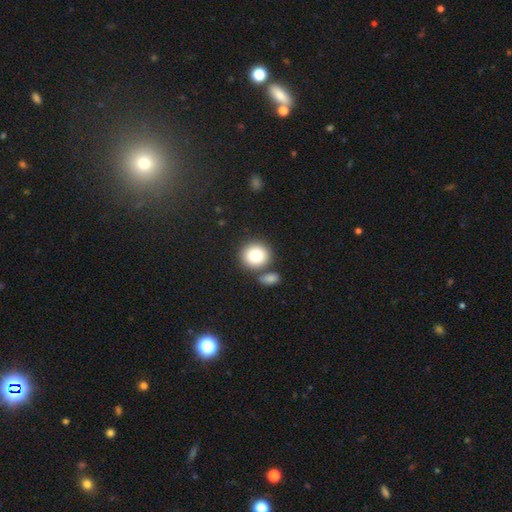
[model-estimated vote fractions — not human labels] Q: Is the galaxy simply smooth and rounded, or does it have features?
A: smooth — 84%.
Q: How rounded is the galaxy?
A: round — 84%.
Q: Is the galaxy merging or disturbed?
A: none — 67%.